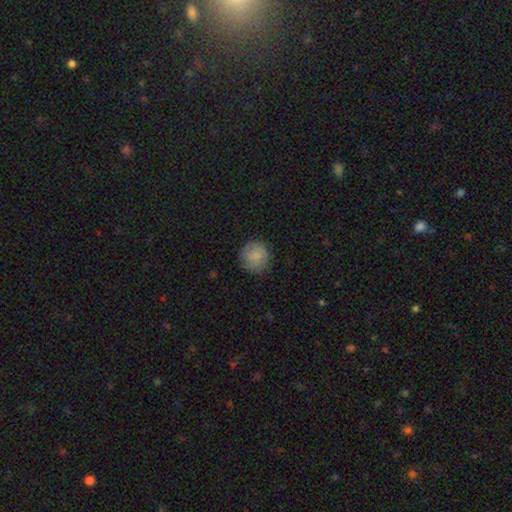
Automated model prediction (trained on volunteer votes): smooth-or-featured: smooth: 80% | featured or disk: 12% | star or artifact: 8%
  how-rounded: round: 91% | in between: 8% | cigar-shaped: 1%
  merging: none: 79% | minor disturbance: 15% | major disturbance: 5% | merger: 1%